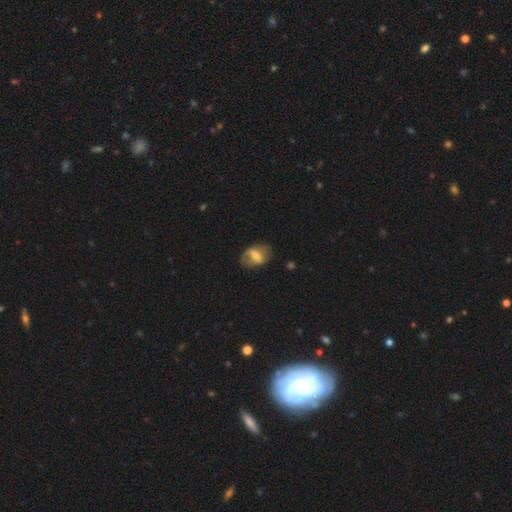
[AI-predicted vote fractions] Smooth or featured: featured or disk — 50% (smooth — 43%)
Edge-on disk: no — 92% (yes — 8%)
Merging: none — 64% (minor disturbance — 22%)